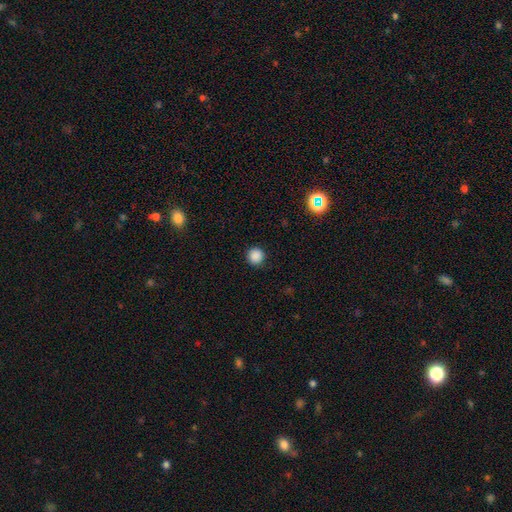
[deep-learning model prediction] The model was most divided on "smooth or featured": smooth: 87%, star or artifact: 11%, featured or disk: 2%. More confident: how rounded — round (94%); merging — none (91%).